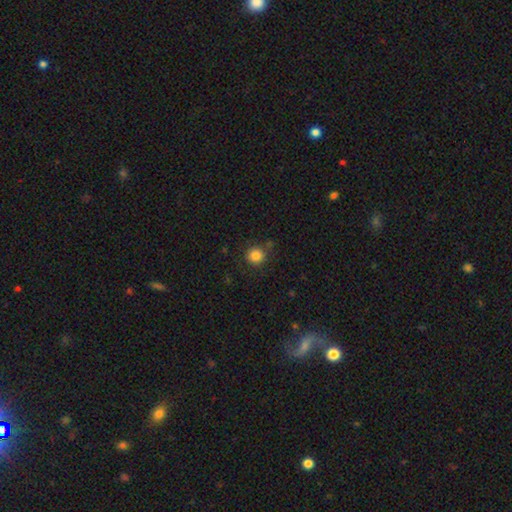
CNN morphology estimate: Q: Smooth or featured?
A: smooth (83%); runner-up: star or artifact (11%)
Q: How rounded?
A: round (92%); runner-up: in between (7%)
Q: Merging?
A: none (83%); runner-up: minor disturbance (10%)